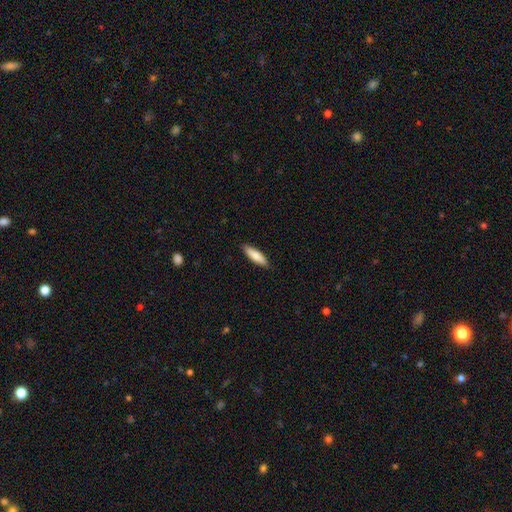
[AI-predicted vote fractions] smooth-or-featured: smooth: 82% | featured or disk: 13% | star or artifact: 5%
  how-rounded: cigar-shaped: 60% | in between: 38% | round: 2%
  merging: none: 89% | minor disturbance: 9% | major disturbance: 2% | merger: 1%